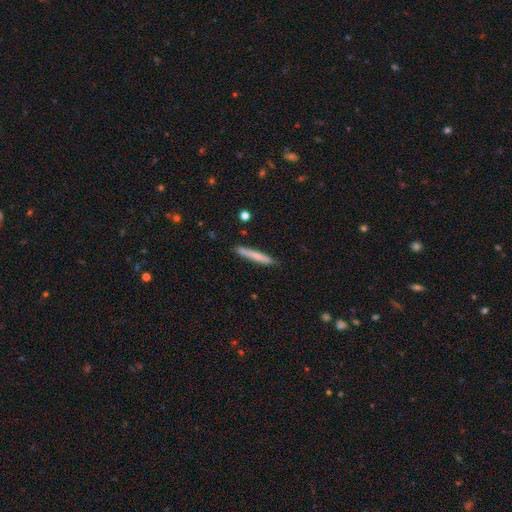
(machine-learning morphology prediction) smooth_or_featured: smooth (p=0.66) [alt: featured or disk p=0.28]
how_rounded: cigar-shaped (p=0.96) [alt: in between p=0.03]
merging: none (p=0.86) [alt: minor disturbance p=0.10]